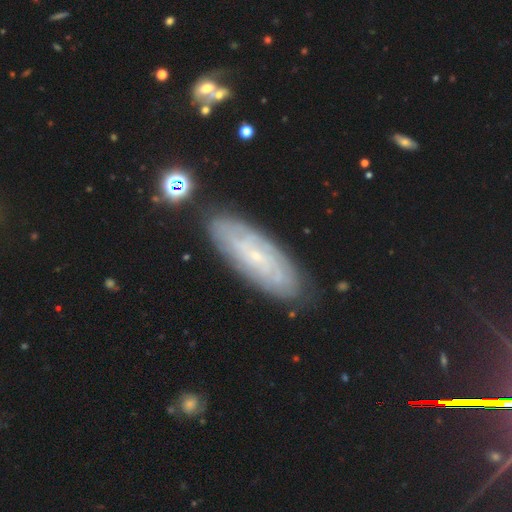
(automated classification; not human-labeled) This is likely a featured or disk galaxy (70%). It is clearly not viewed edge-on (84%). Bar: likely no (67%). Spiral arm pattern: clearly yes (86%). Spiral arm count: likely can't tell (62%). Spiral winding: likely tight (72%). Central bulge: clearly small (85%). Merging: clearly none (84%).